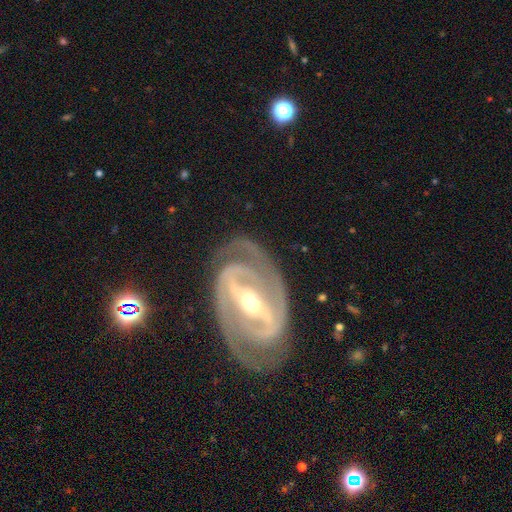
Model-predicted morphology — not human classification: type=featured or disk (92%); edge-on=no (95%); bar=strong (75%); spiral arms=yes (96%); winding=tight (57%); arm count=2 (86%); bulge=moderate (57%); merging=none (81%).